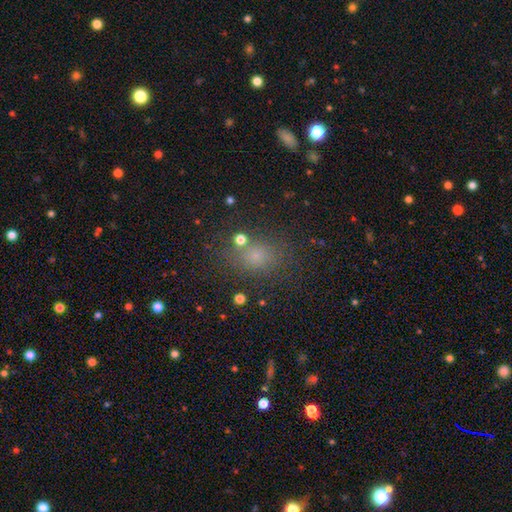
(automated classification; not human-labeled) Smooth or featured? smooth (68%)
How rounded? round (51%)
Merging? none (77%)